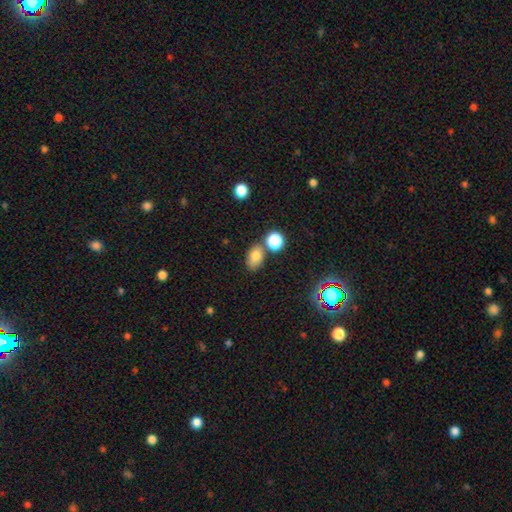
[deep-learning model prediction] A smooth galaxy with no disk features (78%) that is in between round and cigar-shaped (77%).

Vote fractions:
- Smooth or featured? smooth: 78% / star or artifact: 13% / featured or disk: 10%
- How rounded? in between: 77% / round: 21% / cigar-shaped: 2%
- Merging? none: 68% / merger: 15% / minor disturbance: 14% / major disturbance: 4%